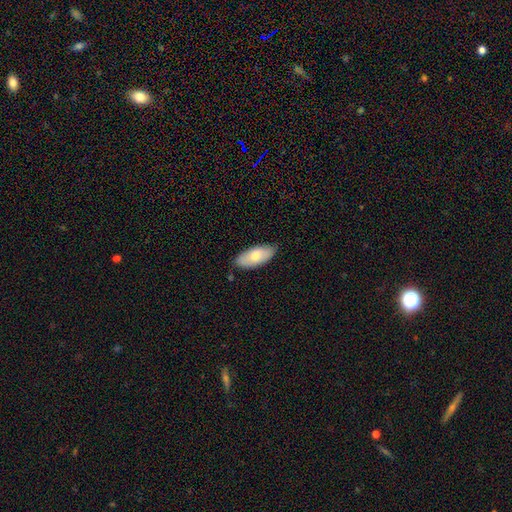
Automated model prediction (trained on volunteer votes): A smooth galaxy with no disk features (71%) that is in between round and cigar-shaped (89%). Merging: none (80%).